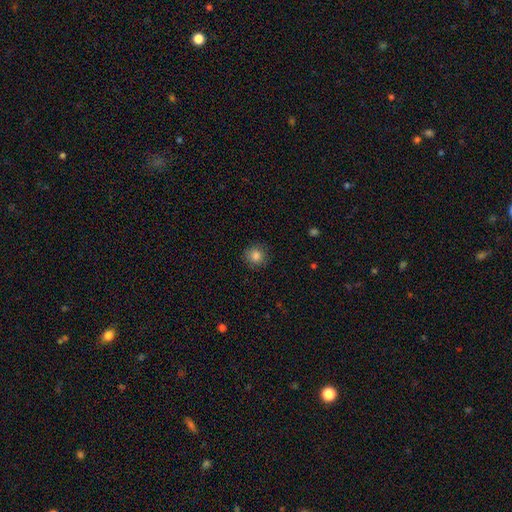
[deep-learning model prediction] This is clearly a smooth galaxy (84%). How rounded: clearly round (90%). Merging: clearly none (88%).